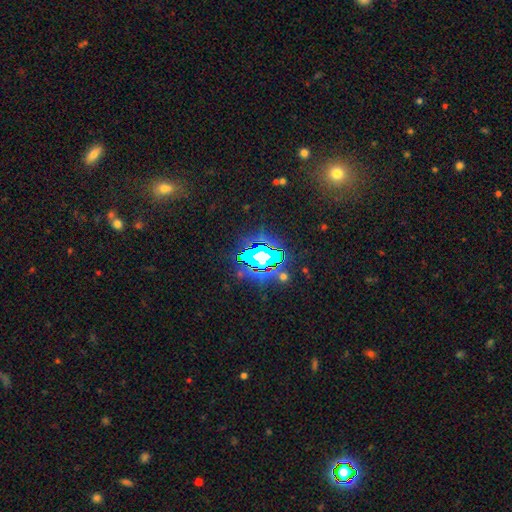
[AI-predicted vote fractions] A star or artifact, not a galaxy (75%).